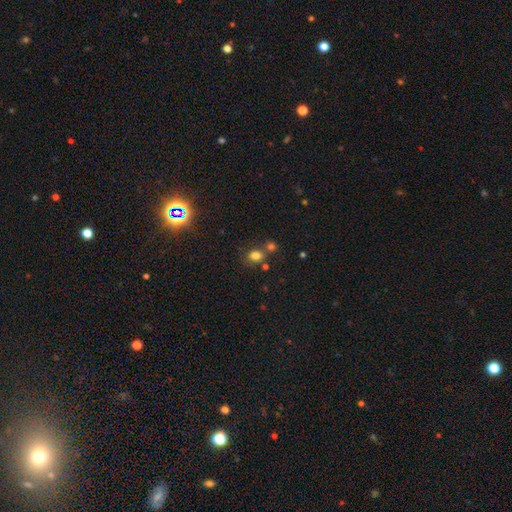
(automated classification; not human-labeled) Q: Smooth or featured?
A: smooth (77%); runner-up: star or artifact (15%)
Q: How rounded?
A: in between (54%); runner-up: round (45%)
Q: Merging?
A: none (60%); runner-up: merger (24%)